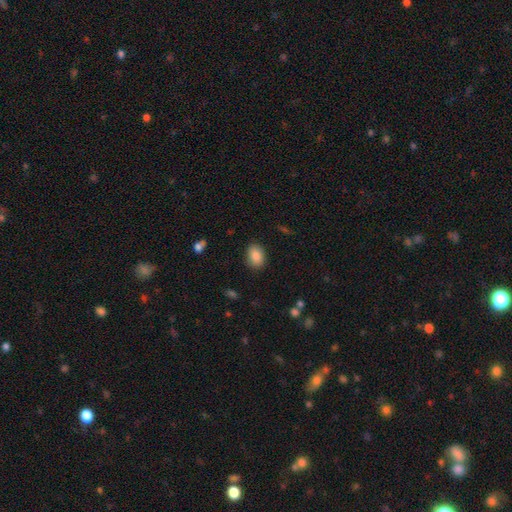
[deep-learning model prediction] Smooth or featured?
  - smooth: 86% *
  - star or artifact: 8%
  - featured or disk: 7%
How rounded?
  - in between: 75% *
  - round: 24%
  - cigar-shaped: 1%
Merging?
  - none: 87% *
  - minor disturbance: 9%
  - major disturbance: 2%
  - merger: 1%